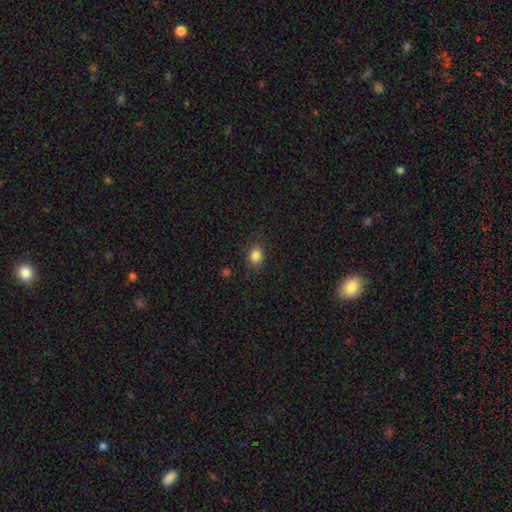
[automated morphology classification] The model was most divided on "how rounded": in between: 60%, round: 39%, cigar-shaped: 1%. More confident: smooth or featured — smooth (84%); merging — none (81%).